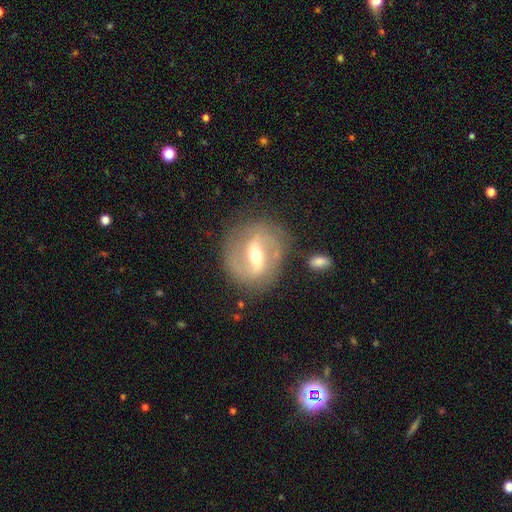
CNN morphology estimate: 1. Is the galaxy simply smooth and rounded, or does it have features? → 81% featured or disk, 13% smooth, 6% star or artifact.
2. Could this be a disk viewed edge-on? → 95% no, 5% yes.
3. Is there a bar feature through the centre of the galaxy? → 51% strong, 37% weak, 11% no.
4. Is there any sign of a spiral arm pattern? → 85% yes, 15% no.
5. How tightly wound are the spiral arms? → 47% medium, 27% tight, 26% loose.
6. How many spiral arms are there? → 86% 2, 7% can't tell, 3% 1, 2% 3, 1% 4, 1% more than 4.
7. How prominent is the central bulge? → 65% moderate, 28% small, 5% large, 1% dominant, 1% none.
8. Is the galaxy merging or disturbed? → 79% none, 13% minor disturbance, 5% major disturbance, 3% merger.